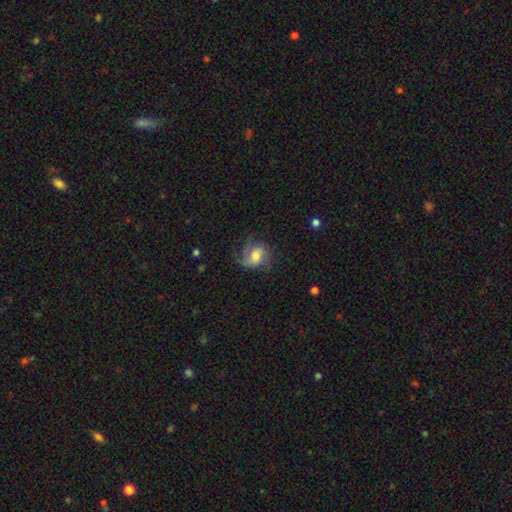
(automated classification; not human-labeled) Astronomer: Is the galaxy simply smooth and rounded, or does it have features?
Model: featured or disk — 57% (runner-up: smooth, 34%).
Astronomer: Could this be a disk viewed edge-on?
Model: no — 97%.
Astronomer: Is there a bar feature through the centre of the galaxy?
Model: no — 52% (runner-up: weak, 39%).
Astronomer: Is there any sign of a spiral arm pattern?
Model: yes — 88%.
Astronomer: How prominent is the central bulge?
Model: moderate — 54%.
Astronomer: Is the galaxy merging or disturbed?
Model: none — 55%.